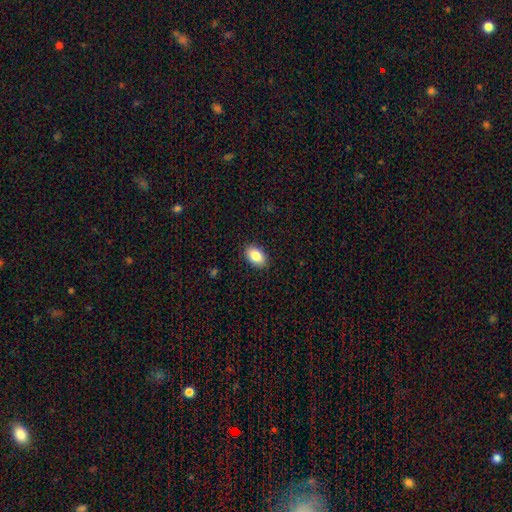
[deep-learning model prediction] smooth-or-featured: smooth: 86% | star or artifact: 7% | featured or disk: 6%
  how-rounded: in between: 91% | round: 7% | cigar-shaped: 1%
  merging: none: 89% | minor disturbance: 8% | major disturbance: 2% | merger: 1%